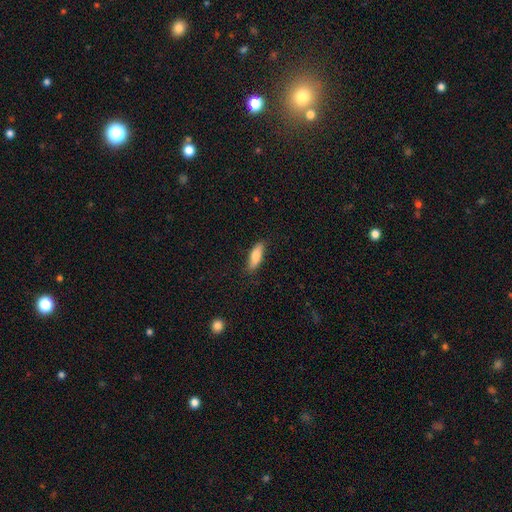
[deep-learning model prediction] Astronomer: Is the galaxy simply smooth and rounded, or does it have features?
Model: smooth — 78%.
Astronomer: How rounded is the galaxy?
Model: in between — 61% (runner-up: cigar-shaped, 37%).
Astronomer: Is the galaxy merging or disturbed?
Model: none — 82%.